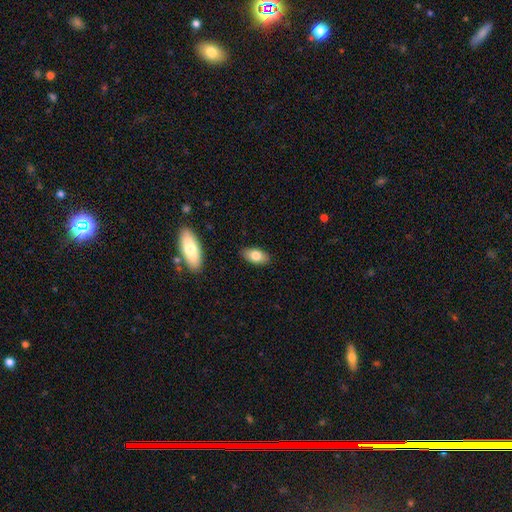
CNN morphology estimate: Smooth or featured? Predicted: smooth (p=0.79). How rounded? Predicted: in between (p=0.90). Merging? Predicted: none (p=0.87).